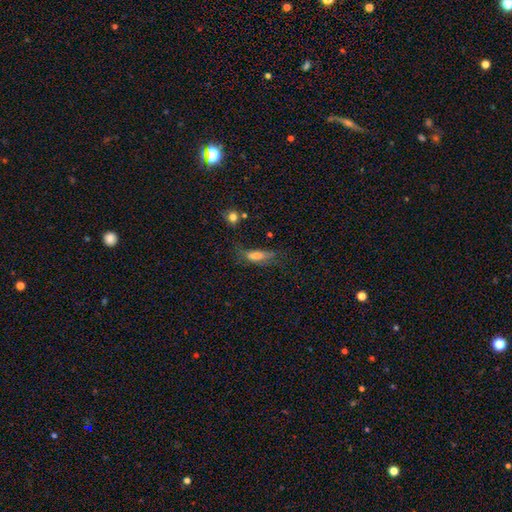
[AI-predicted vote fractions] A smooth galaxy with no disk features (66%) that is in between round and cigar-shaped (55%). Merging: none (43%).